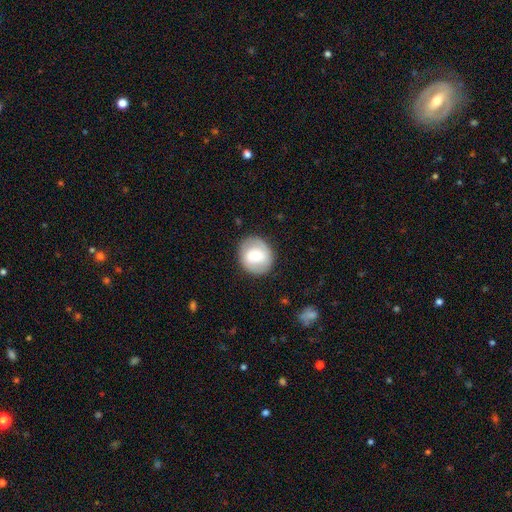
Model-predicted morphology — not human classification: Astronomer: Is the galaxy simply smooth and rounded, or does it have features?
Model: smooth — 56% (runner-up: featured or disk, 37%).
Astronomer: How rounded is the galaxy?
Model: round — 81%.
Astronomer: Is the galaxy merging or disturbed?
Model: none — 86%.